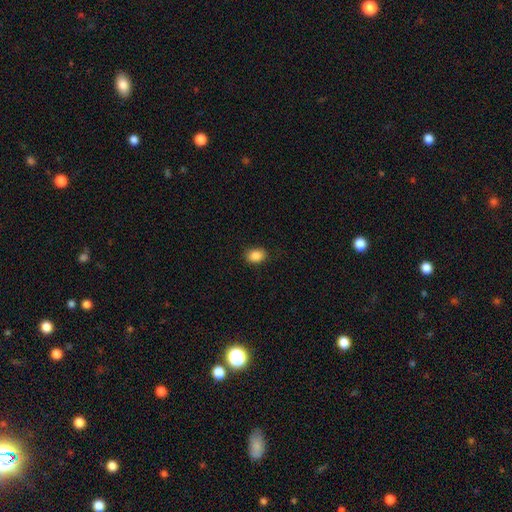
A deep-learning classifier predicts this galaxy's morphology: A smooth galaxy with no disk features (87%) that is in between round and cigar-shaped (71%). Merging: none (86%).